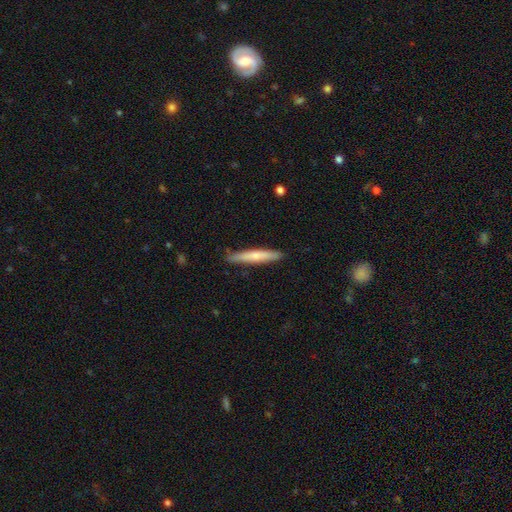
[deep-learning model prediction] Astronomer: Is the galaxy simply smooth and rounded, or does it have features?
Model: smooth — 61%.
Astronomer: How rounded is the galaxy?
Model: cigar-shaped — 95%.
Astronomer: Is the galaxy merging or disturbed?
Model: none — 88%.